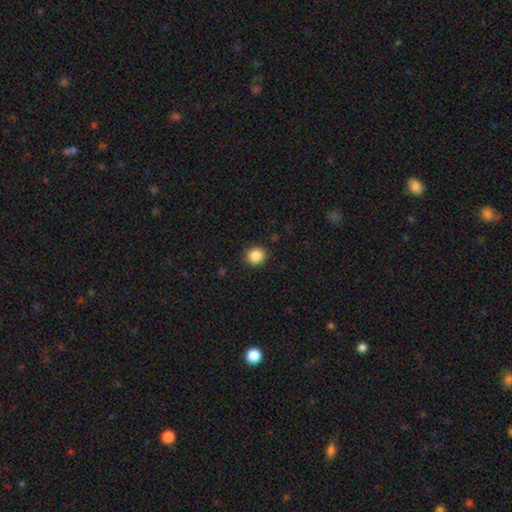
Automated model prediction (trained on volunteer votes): A smooth galaxy with no disk features (88%) that is round (87%). Merging: none (91%).